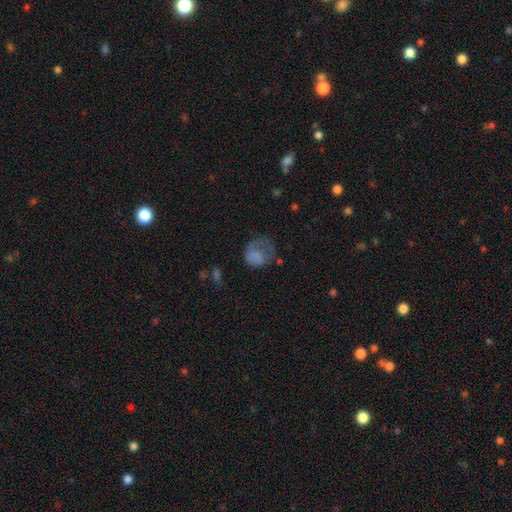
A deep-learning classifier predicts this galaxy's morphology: Smooth or featured: smooth — 68% (featured or disk — 21%)
How rounded: round — 56% (in between — 43%)
Merging: major disturbance — 44% (none — 28%)